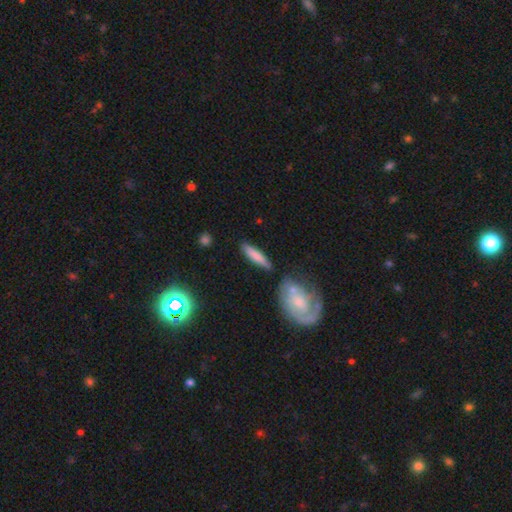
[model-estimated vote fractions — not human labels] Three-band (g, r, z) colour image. It shows a smooth galaxy with no disk features (78%) that is cigar-shaped (82%). Merging: none (82%).